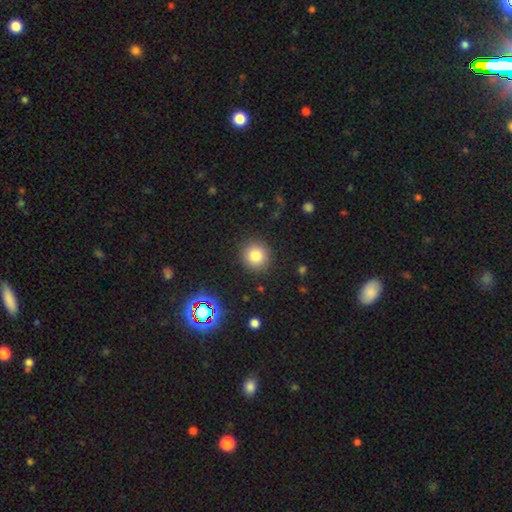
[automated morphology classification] type=smooth (80%); roundness=round (92%); merging=none (90%).